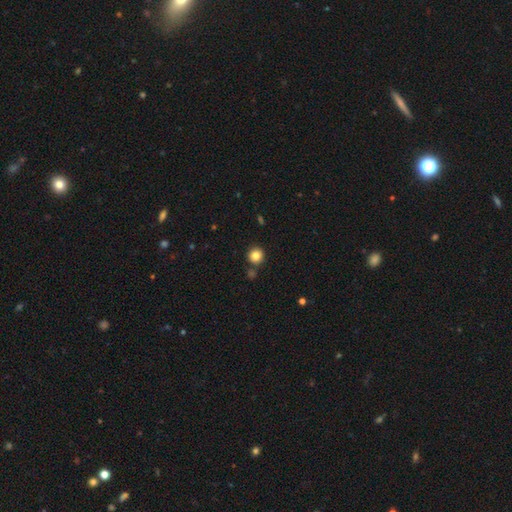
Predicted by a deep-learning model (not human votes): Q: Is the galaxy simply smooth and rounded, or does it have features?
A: smooth — 84%.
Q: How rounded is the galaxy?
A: round — 93%.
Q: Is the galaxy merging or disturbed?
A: none — 82%.